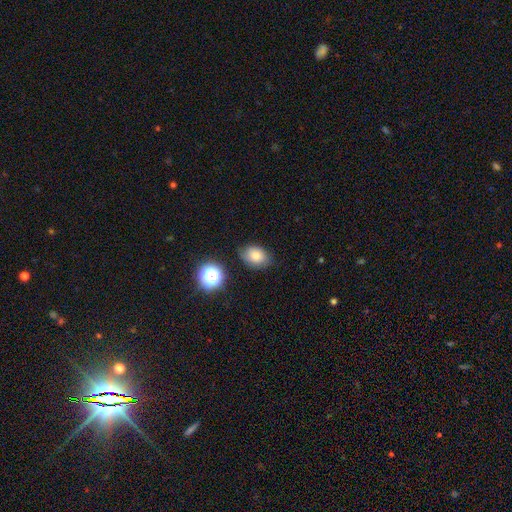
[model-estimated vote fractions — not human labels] Smooth or featured? smooth (80%)
How rounded? in between (71%)
Merging? none (76%)